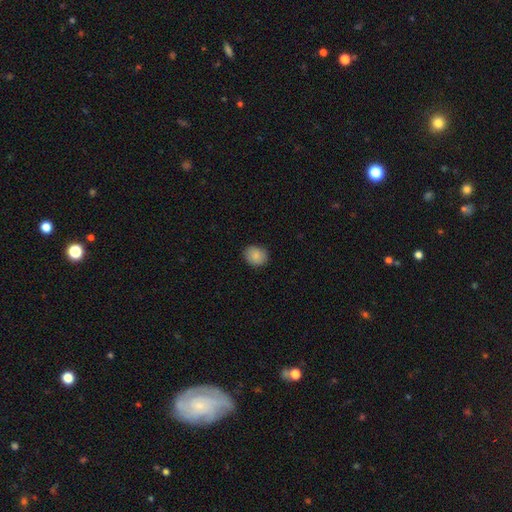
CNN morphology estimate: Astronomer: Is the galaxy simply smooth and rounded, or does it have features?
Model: smooth — 87%.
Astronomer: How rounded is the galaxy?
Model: round — 64%.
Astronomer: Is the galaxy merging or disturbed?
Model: none — 88%.